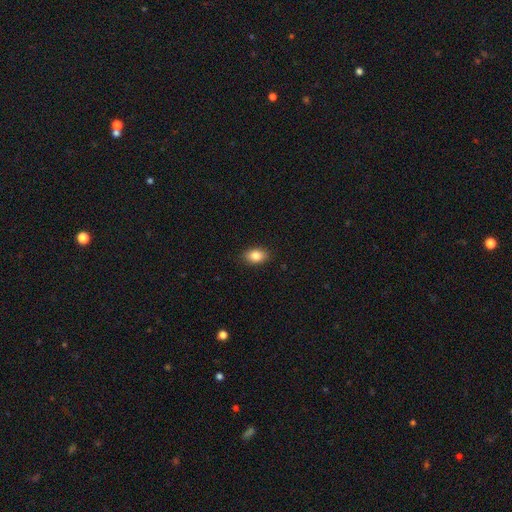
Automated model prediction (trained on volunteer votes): Smooth or featured: smooth — 84% (star or artifact — 9%)
How rounded: in between — 82% (round — 16%)
Merging: none — 89% (minor disturbance — 8%)